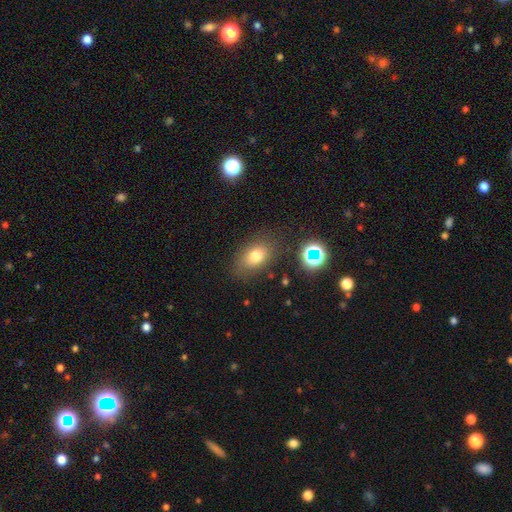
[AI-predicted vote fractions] This is likely a smooth galaxy (75%). How rounded: likely in between (77%). Merging: likely none (77%).